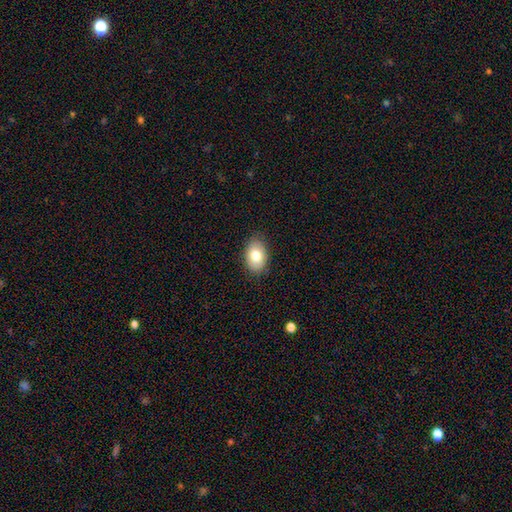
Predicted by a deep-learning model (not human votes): smooth 78%, featured or disk 14%, star or artifact 8%. Down the decision tree: how rounded — in between (85%); merging — none (85%).